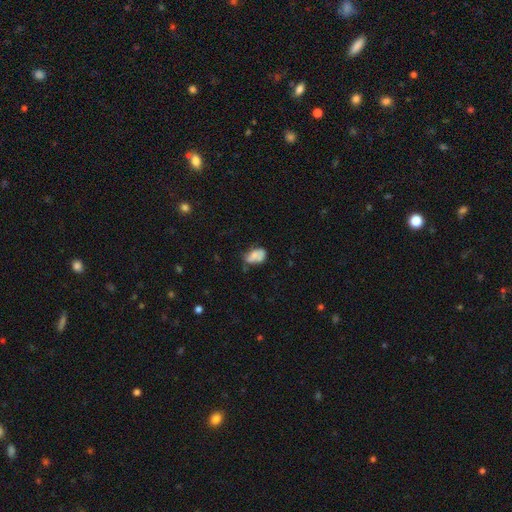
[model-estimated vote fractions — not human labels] Overall: smooth (64%; featured or disk 26%). How rounded: in between (87%). Merging: minor disturbance (34%; none 33%).